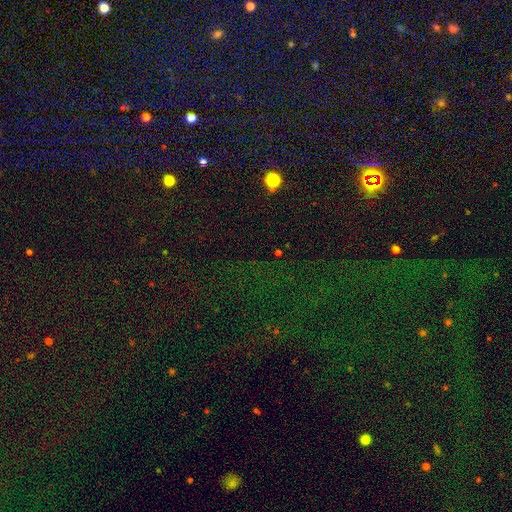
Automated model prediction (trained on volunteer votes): smooth-or-featured: star or artifact: 75% | smooth: 17% | featured or disk: 9%